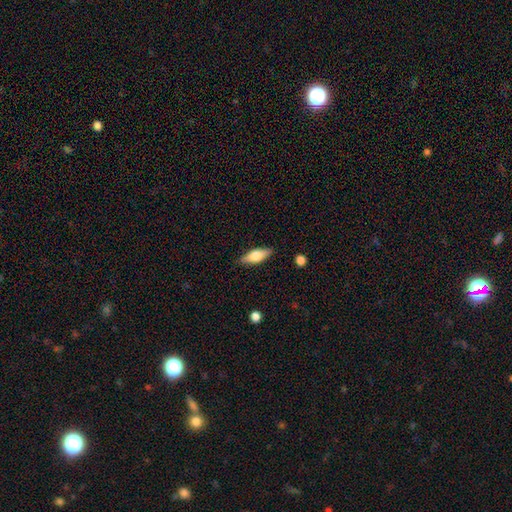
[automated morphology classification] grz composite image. It shows a smooth galaxy with no disk features (64%) that is in between round and cigar-shaped (68%). Merging: none (84%).